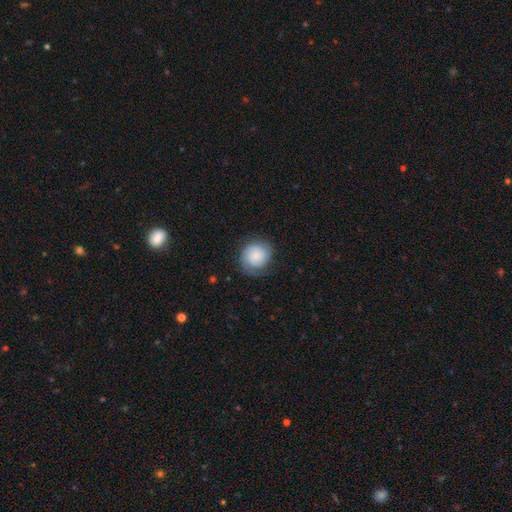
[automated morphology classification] smooth-or-featured: smooth: 57% | featured or disk: 36% | star or artifact: 8%
  how-rounded: round: 82% | in between: 17% | cigar-shaped: 1%
  merging: none: 70% | minor disturbance: 20% | major disturbance: 9% | merger: 1%